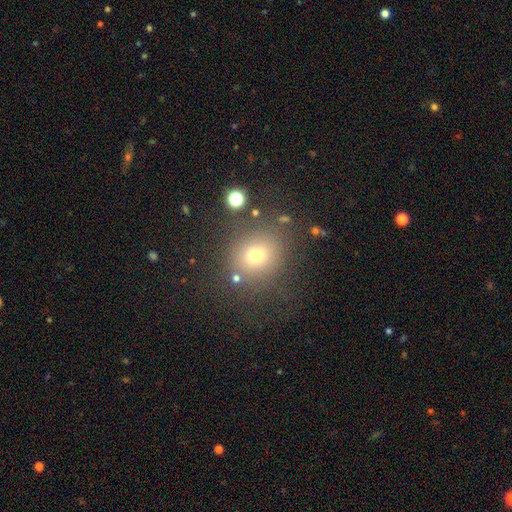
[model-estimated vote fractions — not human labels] This is likely a smooth galaxy (70%). How rounded: likely round (79%). Merging: likely none (78%).